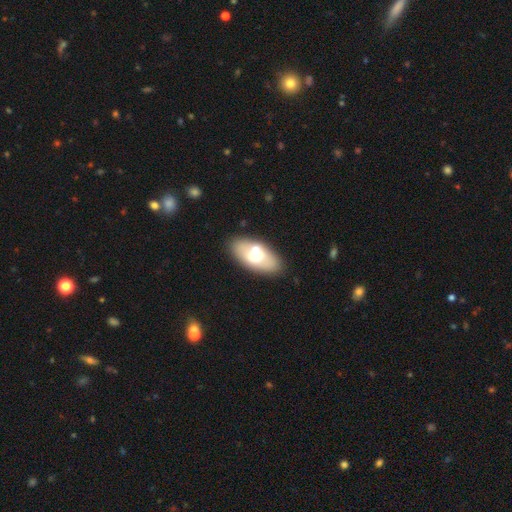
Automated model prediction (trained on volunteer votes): Smooth or featured: smooth — 59% (featured or disk — 33%)
How rounded: in between — 91% (round — 5%)
Merging: none — 77% (minor disturbance — 11%)